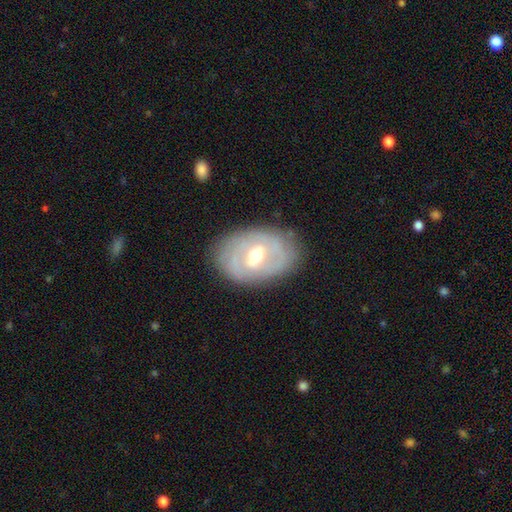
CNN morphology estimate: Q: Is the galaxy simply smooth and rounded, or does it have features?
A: featured or disk — 73%.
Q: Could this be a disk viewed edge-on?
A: no — 94%.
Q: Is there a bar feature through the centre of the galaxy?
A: weak — 52%.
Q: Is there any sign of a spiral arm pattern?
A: yes — 65%.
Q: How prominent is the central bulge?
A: moderate — 75%.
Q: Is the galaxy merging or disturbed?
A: none — 79%.